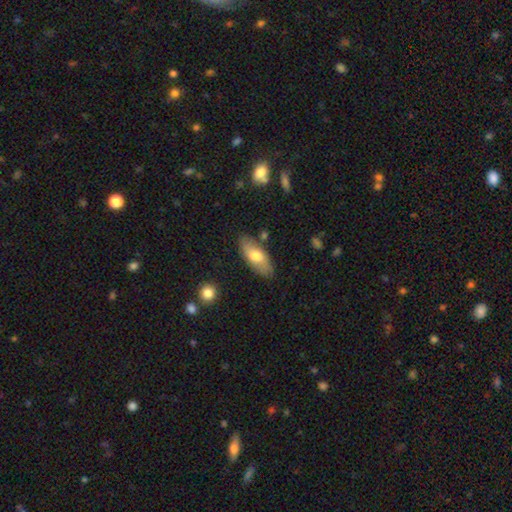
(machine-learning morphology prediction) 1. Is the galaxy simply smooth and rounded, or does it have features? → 68% smooth, 26% featured or disk, 6% star or artifact.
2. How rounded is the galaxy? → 81% in between, 17% cigar-shaped, 2% round.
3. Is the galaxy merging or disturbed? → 82% none, 13% minor disturbance, 3% merger, 3% major disturbance.